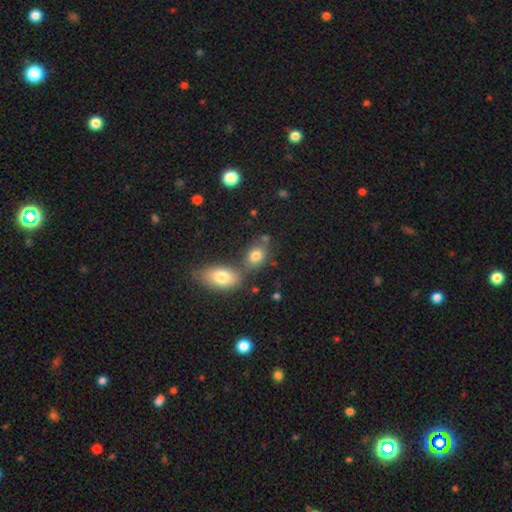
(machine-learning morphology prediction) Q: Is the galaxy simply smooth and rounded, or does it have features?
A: smooth — 79%.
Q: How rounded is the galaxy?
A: in between — 74%.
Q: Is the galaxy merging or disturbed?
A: none — 49%.